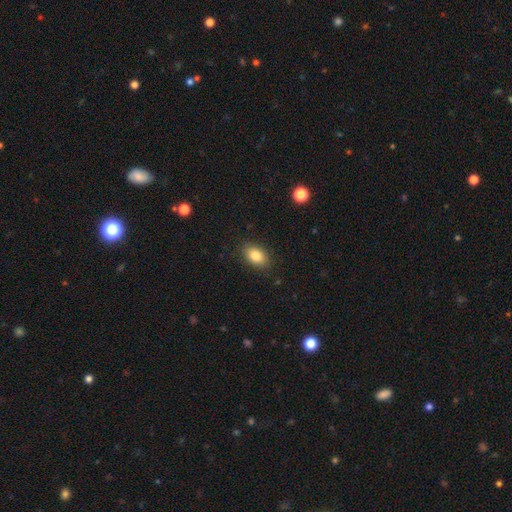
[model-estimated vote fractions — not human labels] Smooth or featured: smooth — 84% (star or artifact — 8%)
How rounded: in between — 86% (round — 13%)
Merging: none — 86% (minor disturbance — 10%)